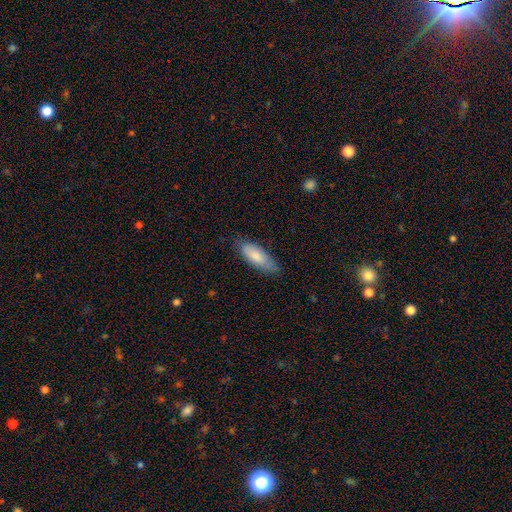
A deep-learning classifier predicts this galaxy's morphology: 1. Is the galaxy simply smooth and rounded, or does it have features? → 81% smooth, 13% featured or disk, 6% star or artifact.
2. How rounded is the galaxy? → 67% in between, 31% cigar-shaped, 2% round.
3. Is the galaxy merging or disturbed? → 75% none, 20% minor disturbance, 4% major disturbance, 1% merger.